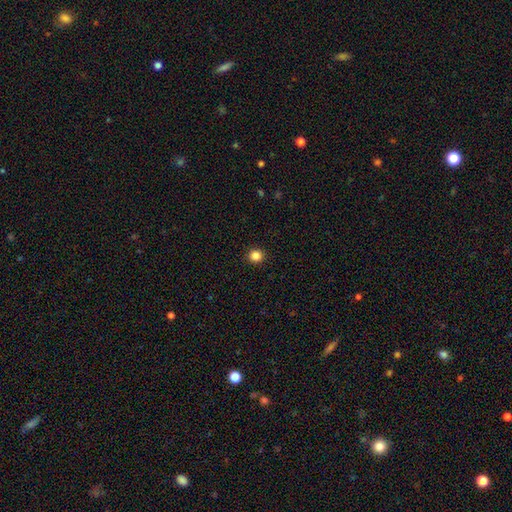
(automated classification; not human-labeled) Smooth or featured? Predicted: smooth (p=0.84). How rounded? Predicted: round (p=0.92). Merging? Predicted: none (p=0.93).